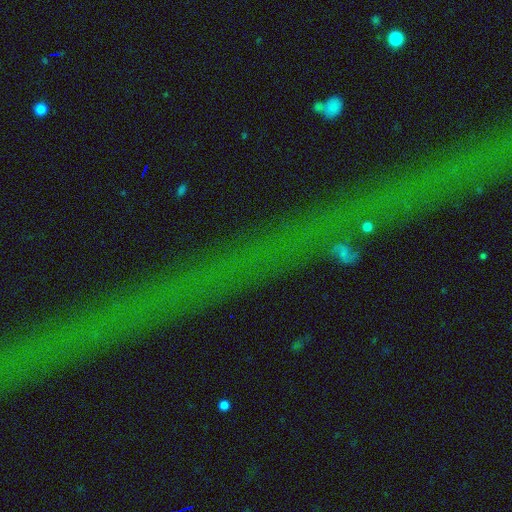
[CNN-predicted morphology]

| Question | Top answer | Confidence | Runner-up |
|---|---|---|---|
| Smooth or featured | star or artifact | 74% | featured or disk (16%) |